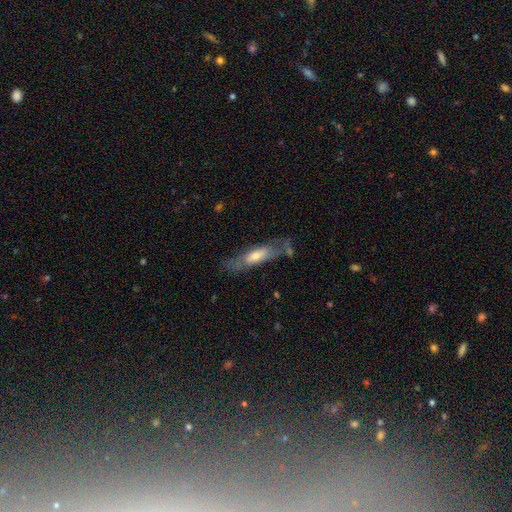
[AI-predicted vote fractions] Overall: featured or disk (57%; smooth 35%). Edge-on disk: yes (52%; no 48%). Merging: none (66%).